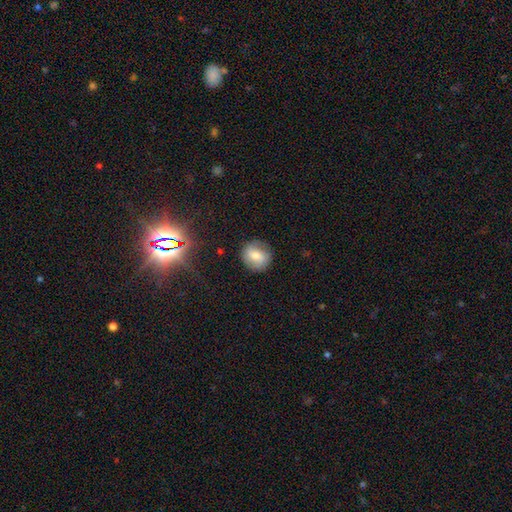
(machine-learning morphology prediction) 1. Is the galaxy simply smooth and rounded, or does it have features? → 63% smooth, 27% featured or disk, 10% star or artifact.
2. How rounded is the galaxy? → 86% round, 13% in between, 1% cigar-shaped.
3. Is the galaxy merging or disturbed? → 84% none, 12% minor disturbance, 3% major disturbance, 1% merger.